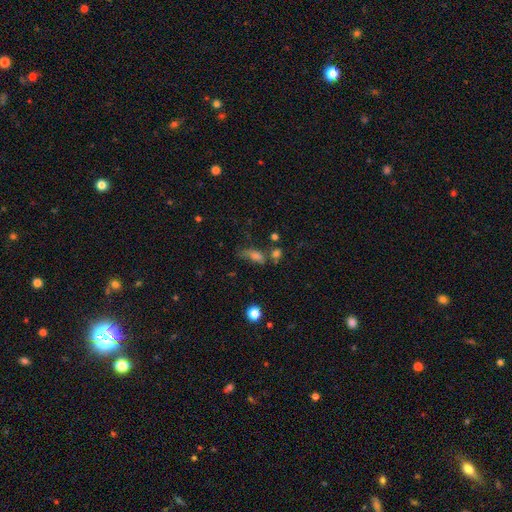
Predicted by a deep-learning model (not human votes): smooth_or_featured: smooth (p=0.57) [alt: star or artifact p=0.22]
how_rounded: in between (p=0.60) [alt: cigar-shaped p=0.26]
merging: none (p=0.40) [alt: minor disturbance p=0.23]